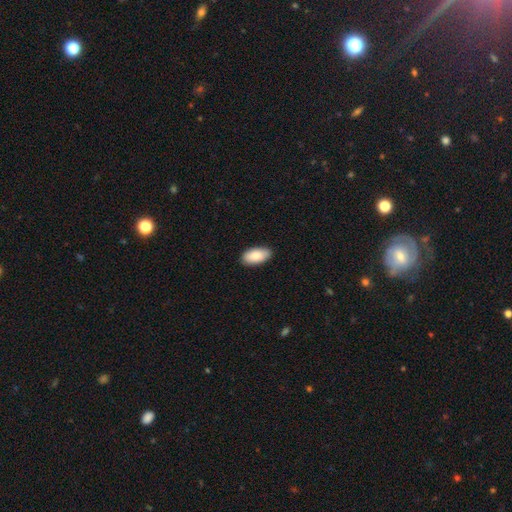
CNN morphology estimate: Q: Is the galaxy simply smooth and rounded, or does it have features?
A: smooth — 87%.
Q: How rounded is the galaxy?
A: in between — 94%.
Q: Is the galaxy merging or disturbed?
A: none — 88%.